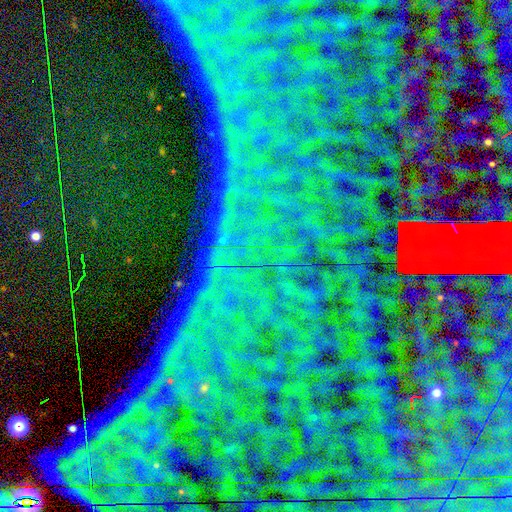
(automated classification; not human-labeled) The model was most divided on "smooth or featured": star or artifact: 85%, featured or disk: 8%, smooth: 7%.